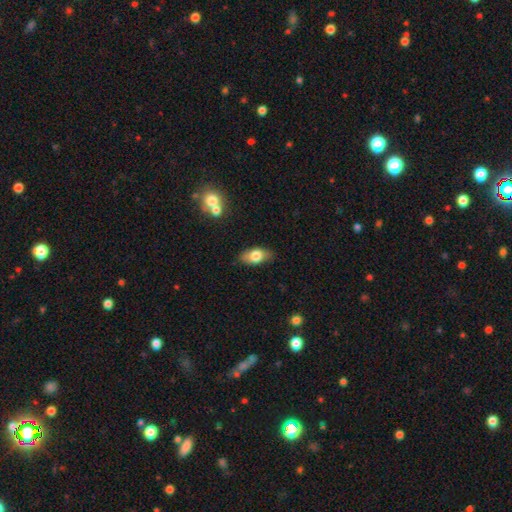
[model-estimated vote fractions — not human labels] Q: Smooth or featured?
A: smooth (73%); runner-up: featured or disk (20%)
Q: How rounded?
A: in between (89%); runner-up: round (7%)
Q: Merging?
A: none (81%); runner-up: minor disturbance (14%)